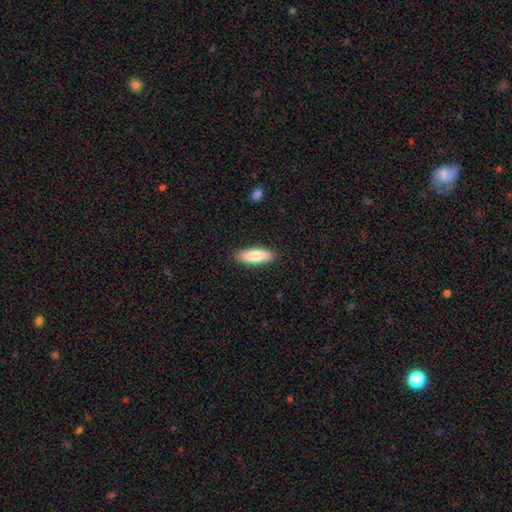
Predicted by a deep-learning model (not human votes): A smooth galaxy with no disk features (83%) that is in between round and cigar-shaped (61%).

Vote fractions:
- Smooth or featured? smooth: 83% / featured or disk: 11% / star or artifact: 6%
- How rounded? in between: 61% / cigar-shaped: 37% / round: 2%
- Merging? none: 89% / minor disturbance: 8% / major disturbance: 2% / merger: 1%